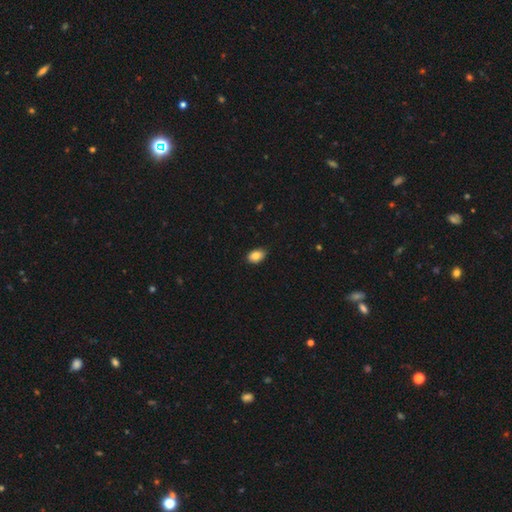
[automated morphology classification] Overall: smooth (83%). How rounded: in between (83%). Merging: none (81%).